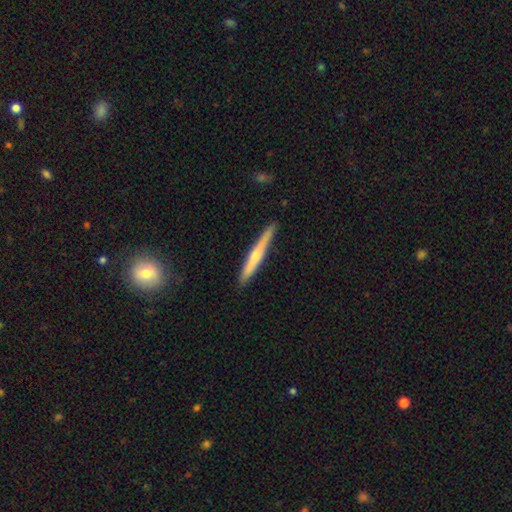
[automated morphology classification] type=featured or disk (52%); edge-on=yes (97%); edge-on bulge=rounded (66%); merging=none (89%).